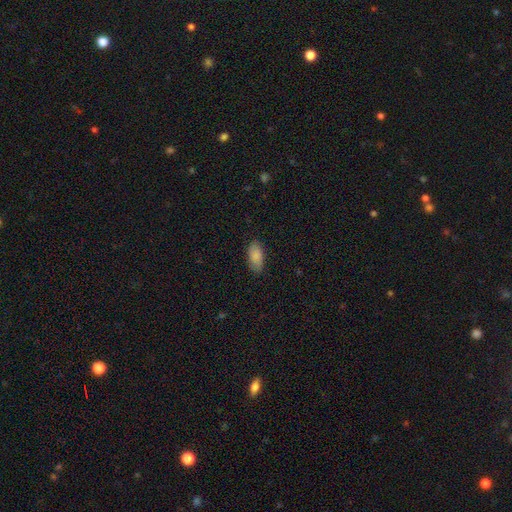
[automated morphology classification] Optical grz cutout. It shows a smooth galaxy with no disk features (86%) that is in between round and cigar-shaped (91%). Merging: none (82%).